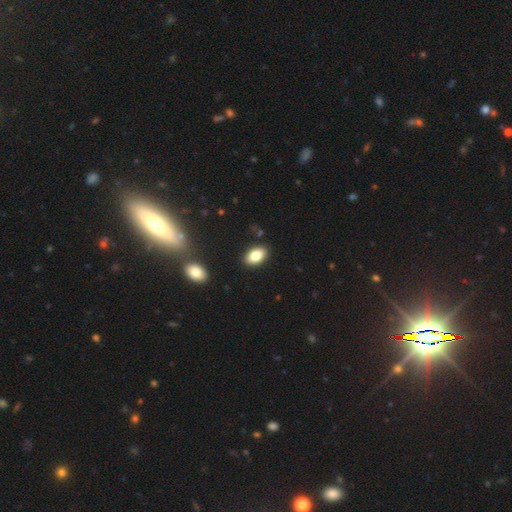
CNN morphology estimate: This is clearly a smooth galaxy (82%). How rounded: clearly in between (92%). Merging: clearly none (88%).